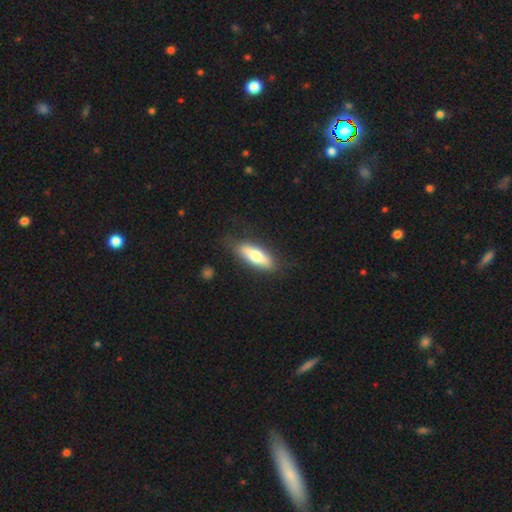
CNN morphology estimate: The model was most divided on "how rounded": in between: 51%, cigar-shaped: 47%, round: 2%. More confident: merging — none (80%); smooth or featured — smooth (64%).